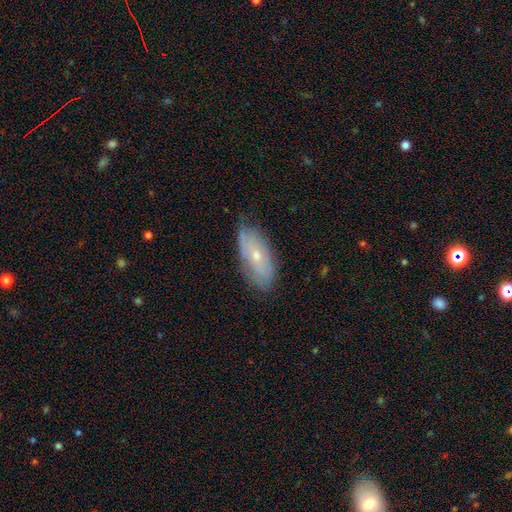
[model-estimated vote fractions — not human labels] smooth-or-featured: featured or disk: 50% | smooth: 42% | star or artifact: 8%
  disk-edge-on: no: 82% | yes: 18%
  merging: none: 72% | minor disturbance: 23% | major disturbance: 4% | merger: 1%